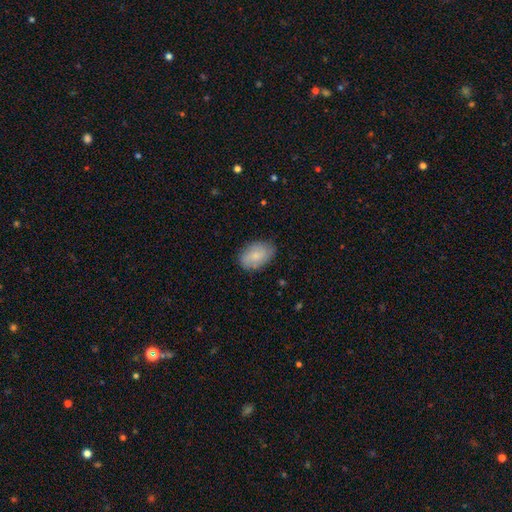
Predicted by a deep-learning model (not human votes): Smooth or featured? smooth (74%)
How rounded? in between (88%)
Merging? none (80%)